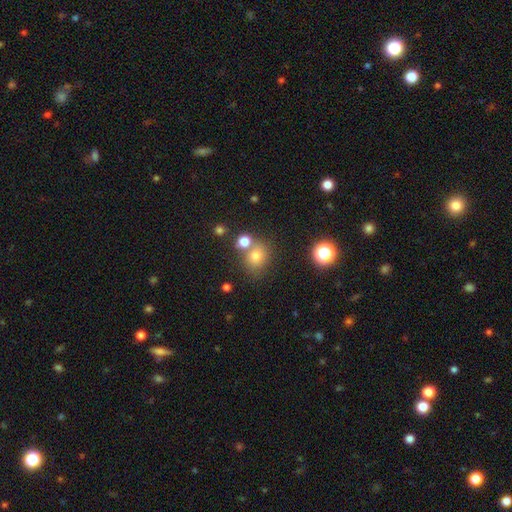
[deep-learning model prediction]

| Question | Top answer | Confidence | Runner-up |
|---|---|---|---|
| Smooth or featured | smooth | 73% | star or artifact (17%) |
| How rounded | round | 73% | in between (26%) |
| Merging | none | 63% | merger (21%) |